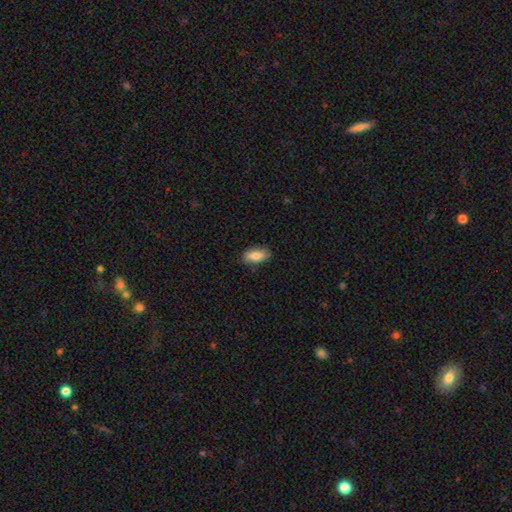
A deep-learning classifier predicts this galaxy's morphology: This appears to be a smooth galaxy with no disk features (84%) that is in between round and cigar-shaped (86%). Merging: none (85%).